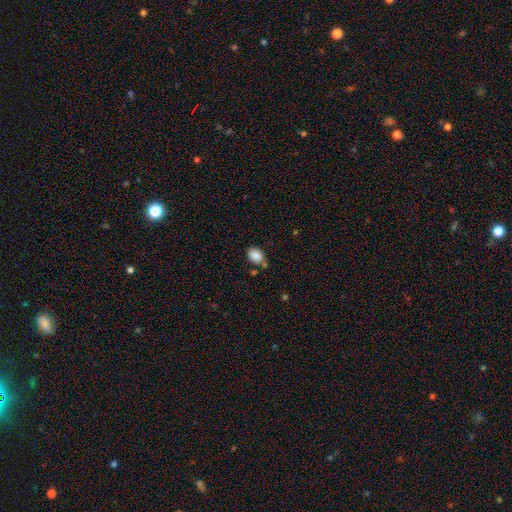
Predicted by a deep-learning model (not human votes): The model was most divided on "how rounded": in between: 66%, round: 33%, cigar-shaped: 1%. More confident: smooth or featured — smooth (86%); merging — none (63%).